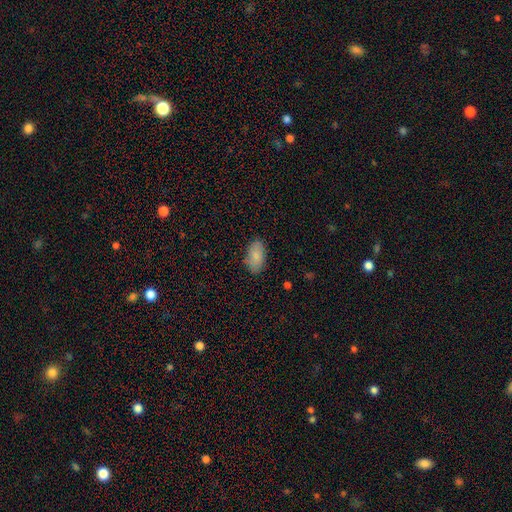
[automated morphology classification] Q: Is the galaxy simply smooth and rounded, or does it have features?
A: smooth — 85%.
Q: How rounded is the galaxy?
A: in between — 94%.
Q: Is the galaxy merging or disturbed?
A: none — 84%.